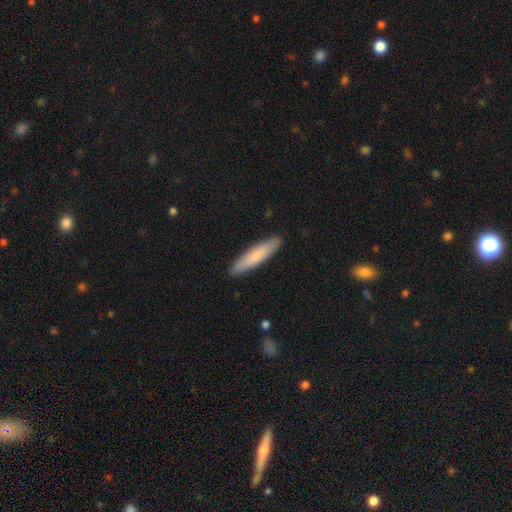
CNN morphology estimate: A smooth galaxy with no disk features (76%) that is cigar-shaped (84%).

Vote fractions:
- Smooth or featured? smooth: 76% / featured or disk: 18% / star or artifact: 5%
- How rounded? cigar-shaped: 84% / in between: 15% / round: 1%
- Merging? none: 90% / minor disturbance: 8% / major disturbance: 2% / merger: 1%